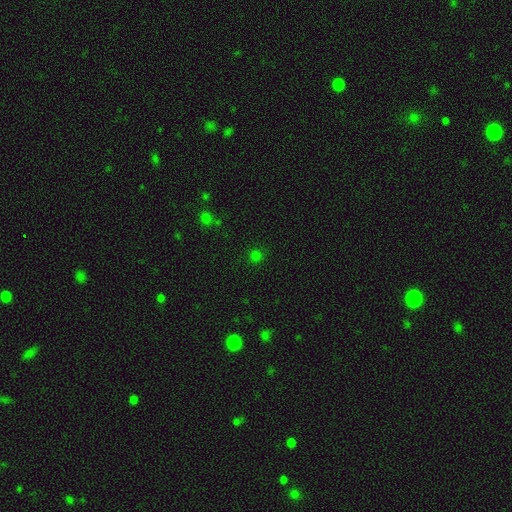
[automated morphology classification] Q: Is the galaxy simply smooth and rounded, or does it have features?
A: smooth — 70%.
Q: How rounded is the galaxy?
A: round — 90%.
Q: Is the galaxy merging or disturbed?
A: none — 87%.